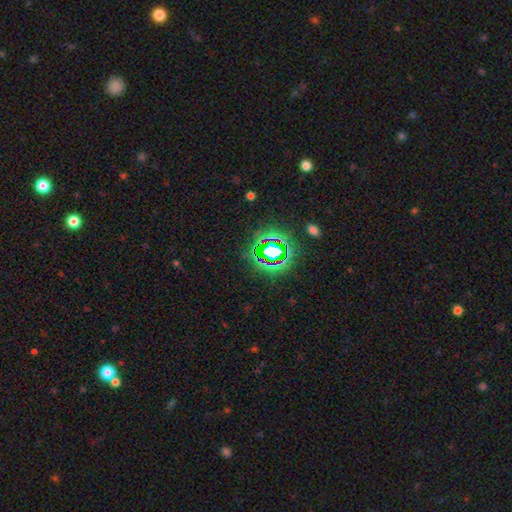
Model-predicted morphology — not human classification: smooth_or_featured: star or artifact (p=0.79) [alt: smooth p=0.13]